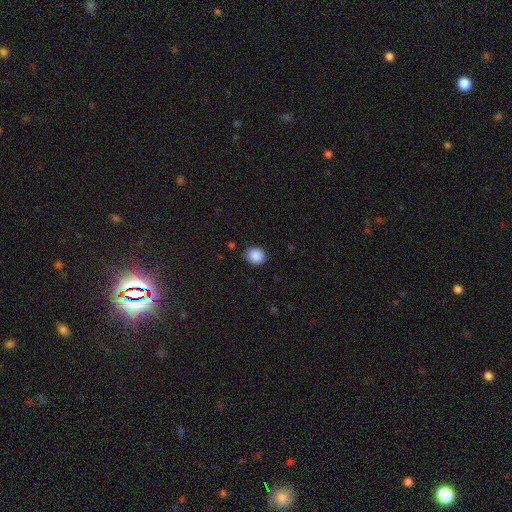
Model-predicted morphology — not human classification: This is clearly a smooth galaxy (88%). How rounded: likely round (79%). Merging: clearly none (83%).